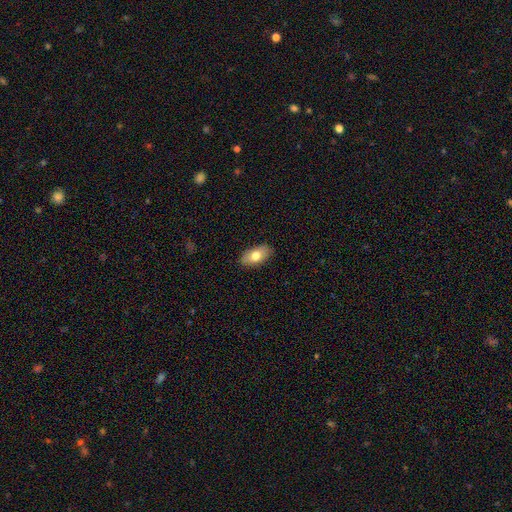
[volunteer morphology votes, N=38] smooth 76%, featured or disk 16%, star or artifact 8%. Down the decision tree: how rounded — in between (93%); merging — none (83%).